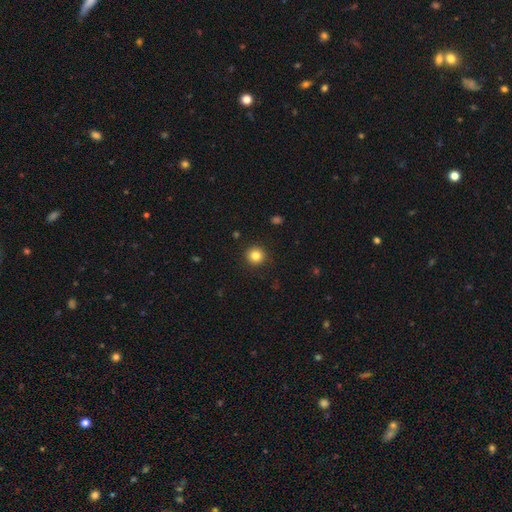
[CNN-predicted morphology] smooth_or_featured: smooth (p=0.83) [alt: star or artifact p=0.11]
how_rounded: round (p=0.94) [alt: in between p=0.05]
merging: none (p=0.92) [alt: minor disturbance p=0.05]